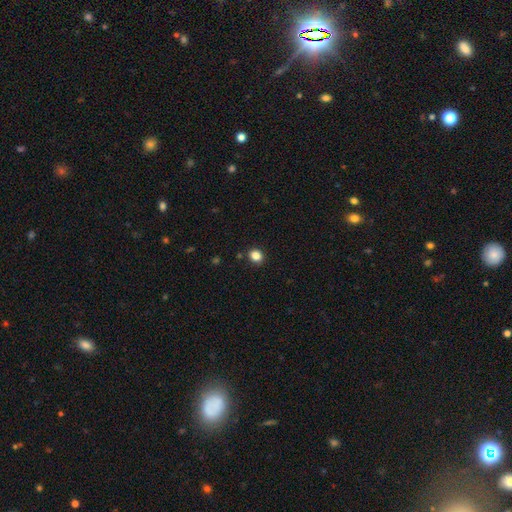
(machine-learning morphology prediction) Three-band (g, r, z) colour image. It shows a smooth galaxy with no disk features (84%) that is round (68%). Merging: none (88%).